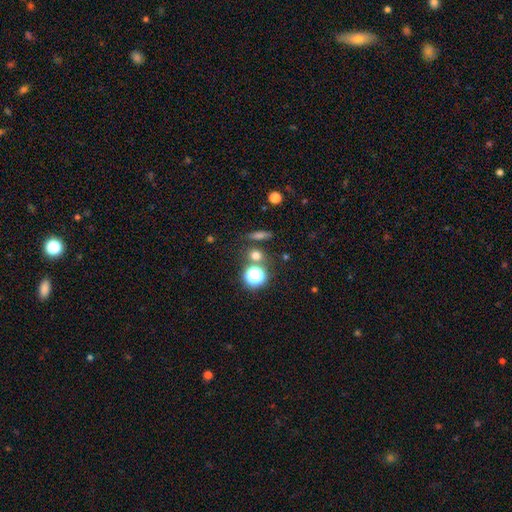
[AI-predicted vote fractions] A smooth galaxy with no disk features (60%) that is round (67%). Merging: none (75%).